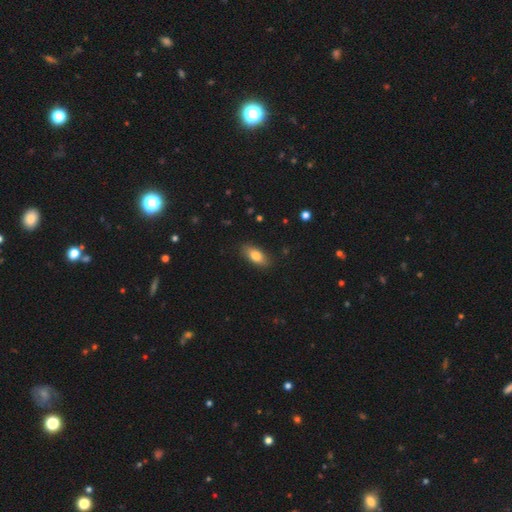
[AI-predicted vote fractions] Q: Smooth or featured?
A: smooth (80%); runner-up: featured or disk (13%)
Q: How rounded?
A: in between (84%); runner-up: cigar-shaped (12%)
Q: Merging?
A: none (85%); runner-up: minor disturbance (11%)